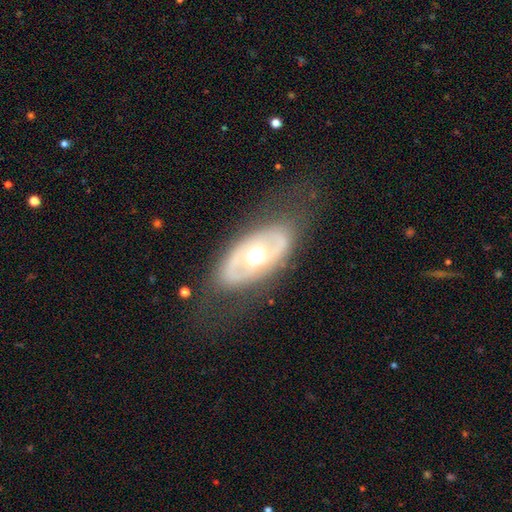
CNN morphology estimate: Smooth or featured: featured or disk — 65% (smooth — 30%)
Edge-on disk: no — 87% (yes — 13%)
Bar: no — 79% (weak — 14%)
Spiral arms: no — 80% (yes — 20%)
Bulge size: moderate — 71% (large — 17%)
Merging: none — 74% (minor disturbance — 15%)